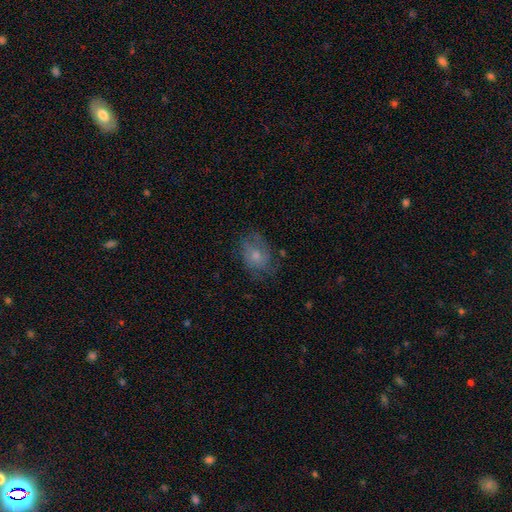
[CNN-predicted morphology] A smooth galaxy with no disk features (56%) that is in between round and cigar-shaped (68%).

Vote fractions:
- Smooth or featured? smooth: 56% / featured or disk: 34% / star or artifact: 9%
- How rounded? in between: 68% / round: 31% / cigar-shaped: 1%
- Merging? none: 60% / minor disturbance: 25% / major disturbance: 14% / merger: 2%